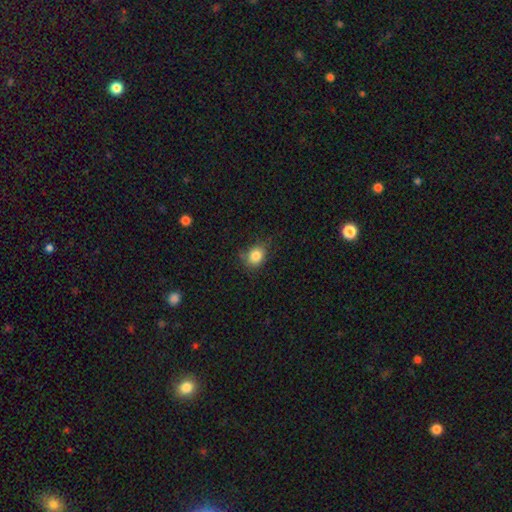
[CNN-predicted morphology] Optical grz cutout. It shows a smooth galaxy with no disk features (84%) that is round (52%). Merging: none (71%).